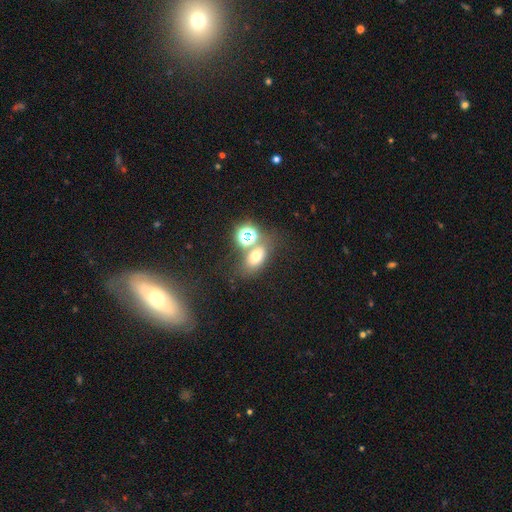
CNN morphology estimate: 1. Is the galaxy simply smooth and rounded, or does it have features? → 62% smooth, 24% star or artifact, 14% featured or disk.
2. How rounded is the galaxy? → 65% in between, 33% round, 2% cigar-shaped.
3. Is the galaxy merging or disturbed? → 56% none, 26% merger, 12% minor disturbance, 7% major disturbance.